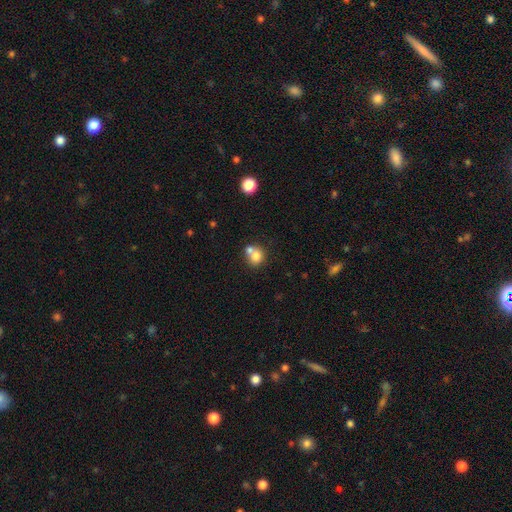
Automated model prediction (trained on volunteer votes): smooth_or_featured: smooth (p=0.75) [alt: featured or disk p=0.14]
how_rounded: round (p=0.72) [alt: in between p=0.27]
merging: merger (p=0.51) [alt: none p=0.37]